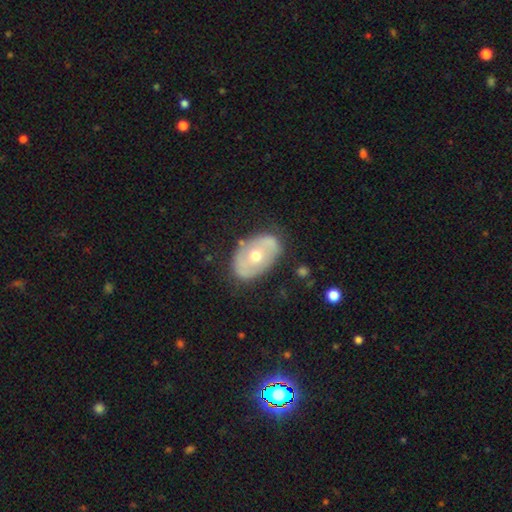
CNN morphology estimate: Smooth or featured? featured or disk (55%)
Edge-on disk? no (91%)
Bar? no (78%)
Spiral arms? no (72%)
Bulge size? moderate (72%)
Merging? none (77%)